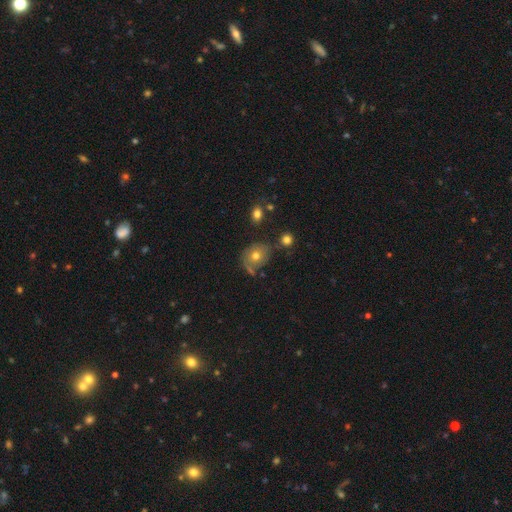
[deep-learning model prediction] smooth_or_featured: smooth (p=0.66) [alt: featured or disk p=0.21]
how_rounded: round (p=0.64) [alt: in between p=0.35]
merging: none (p=0.60) [alt: minor disturbance p=0.21]